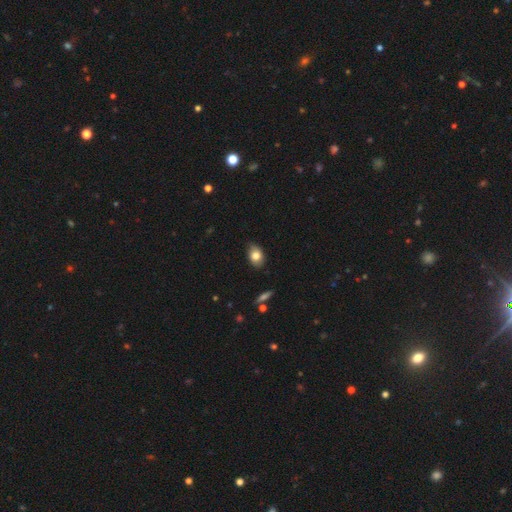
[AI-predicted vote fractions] smooth-or-featured: smooth: 80% | featured or disk: 12% | star or artifact: 8%
  how-rounded: in between: 81% | round: 17% | cigar-shaped: 2%
  merging: none: 78% | minor disturbance: 18% | major disturbance: 3% | merger: 1%